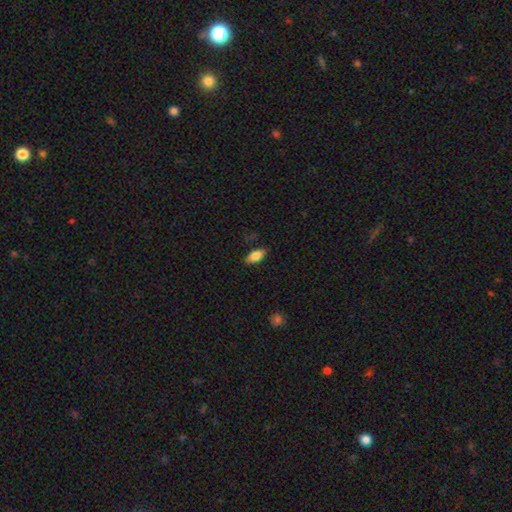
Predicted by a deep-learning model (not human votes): Smooth or featured: smooth — 80% (featured or disk — 13%)
How rounded: in between — 86% (cigar-shaped — 11%)
Merging: none — 83% (minor disturbance — 13%)